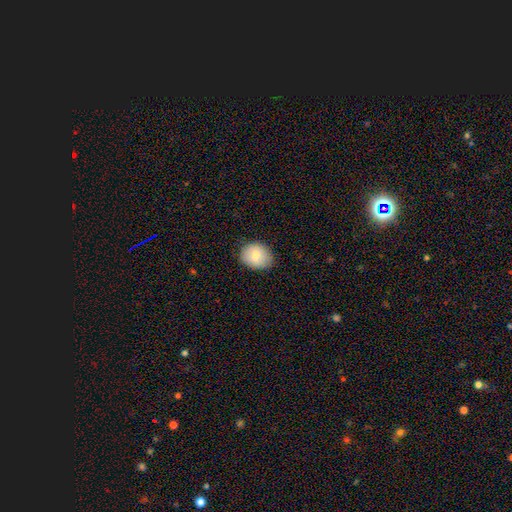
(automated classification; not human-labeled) smooth_or_featured: smooth (p=0.80) [alt: featured or disk p=0.13]
how_rounded: round (p=0.53) [alt: in between p=0.46]
merging: none (p=0.82) [alt: minor disturbance p=0.15]